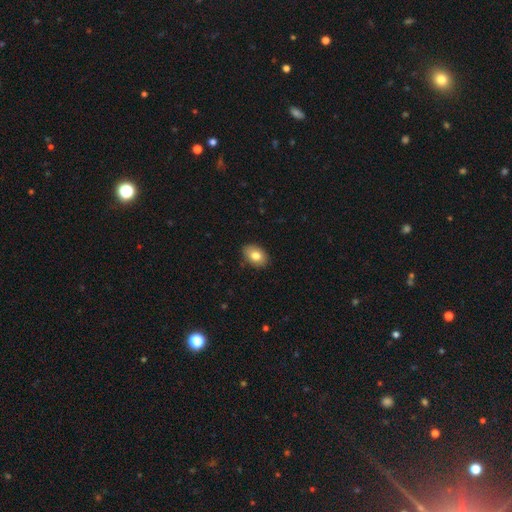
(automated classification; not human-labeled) The model was most divided on "how rounded": in between: 82%, round: 17%, cigar-shaped: 1%. More confident: merging — none (86%); smooth or featured — smooth (80%).